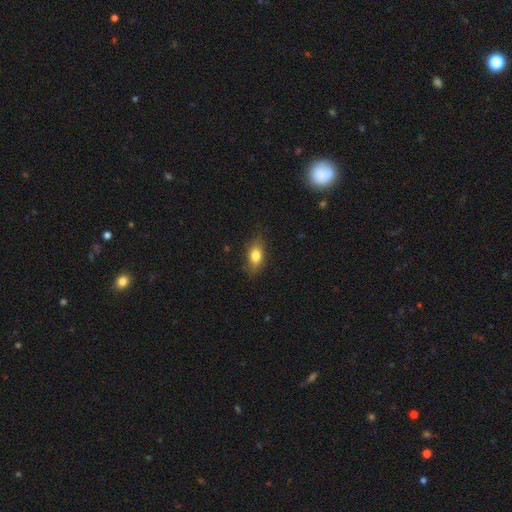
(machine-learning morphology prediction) Q: Smooth or featured?
A: smooth (79%); runner-up: featured or disk (12%)
Q: How rounded?
A: in between (82%); runner-up: round (11%)
Q: Merging?
A: none (80%); runner-up: minor disturbance (16%)